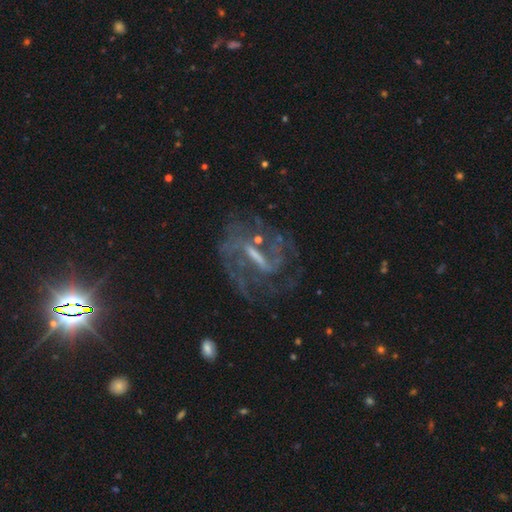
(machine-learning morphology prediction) Q: Smooth or featured?
A: featured or disk (85%); runner-up: star or artifact (8%)
Q: Edge-on disk?
A: no (92%); runner-up: yes (8%)
Q: Bar?
A: strong (61%); runner-up: weak (30%)
Q: Spiral arms?
A: yes (89%); runner-up: no (11%)
Q: Spiral winding?
A: medium (47%); runner-up: tight (33%)
Q: Spiral arm count?
A: 2 (47%); runner-up: can't tell (25%)
Q: Bulge size?
A: small (33%); runner-up: none (32%)
Q: Merging?
A: none (60%); runner-up: major disturbance (20%)